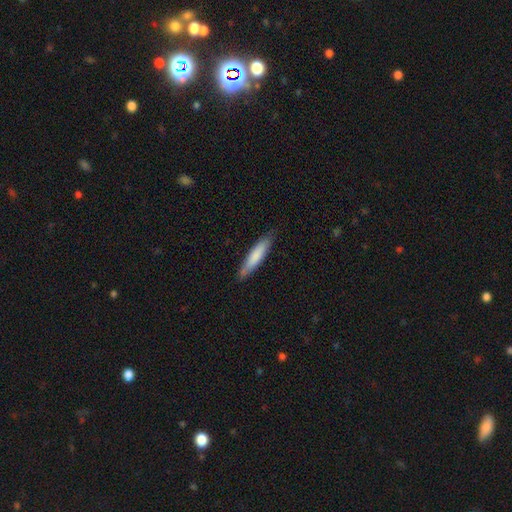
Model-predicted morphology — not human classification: smooth-or-featured: smooth: 78% | featured or disk: 17% | star or artifact: 5%
  how-rounded: cigar-shaped: 83% | in between: 15% | round: 1%
  merging: none: 84% | minor disturbance: 13% | major disturbance: 2% | merger: 1%